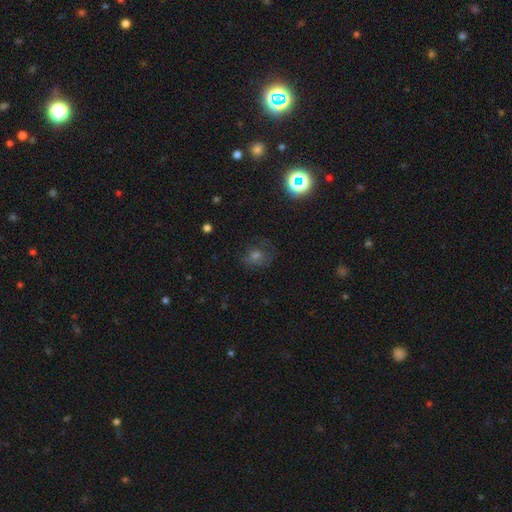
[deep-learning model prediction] Smooth or featured? smooth (41%)
Merging? none (69%)